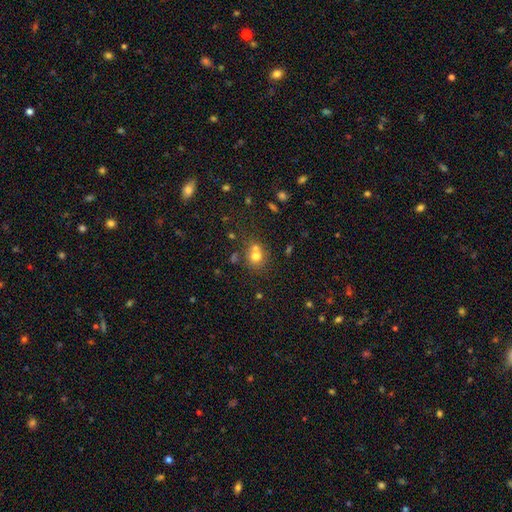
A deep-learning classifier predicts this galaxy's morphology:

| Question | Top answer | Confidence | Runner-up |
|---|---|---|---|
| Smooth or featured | smooth | 71% | star or artifact (16%) |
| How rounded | round | 77% | in between (22%) |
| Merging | none | 48% | merger (38%) |